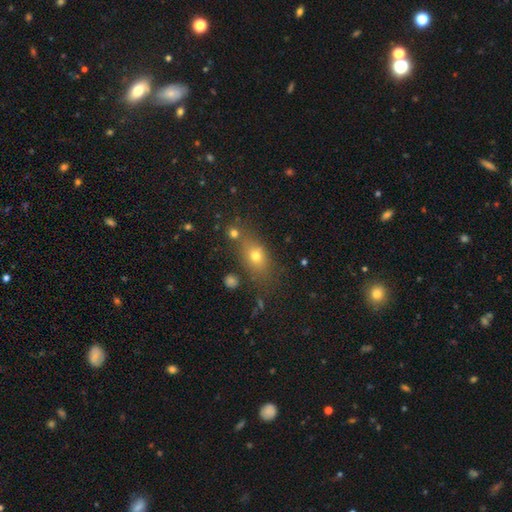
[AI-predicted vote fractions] smooth 67%, star or artifact 18%, featured or disk 15%. Down the decision tree: how rounded — in between (62%); merging — none (66%).